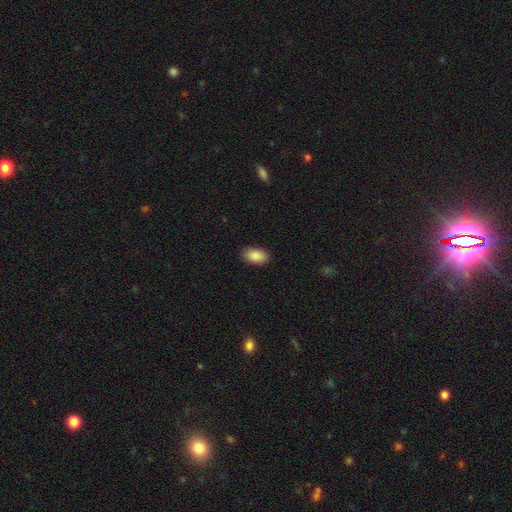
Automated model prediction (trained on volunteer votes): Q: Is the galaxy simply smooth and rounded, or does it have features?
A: smooth — 89%.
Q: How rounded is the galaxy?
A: in between — 93%.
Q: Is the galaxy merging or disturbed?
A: none — 88%.